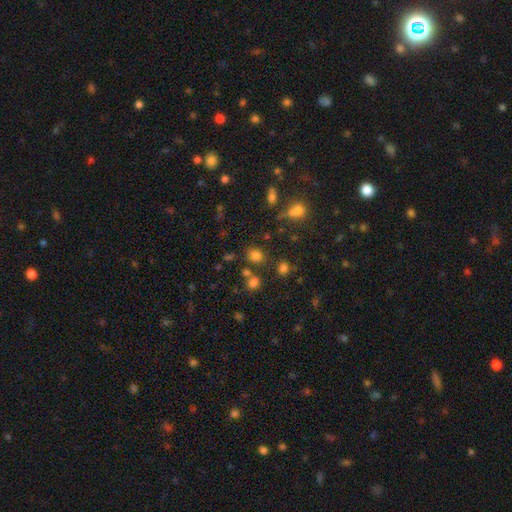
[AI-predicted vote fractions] This appears to be a smooth galaxy with no disk features (75%) that is round (71%). Merging: none (76%).